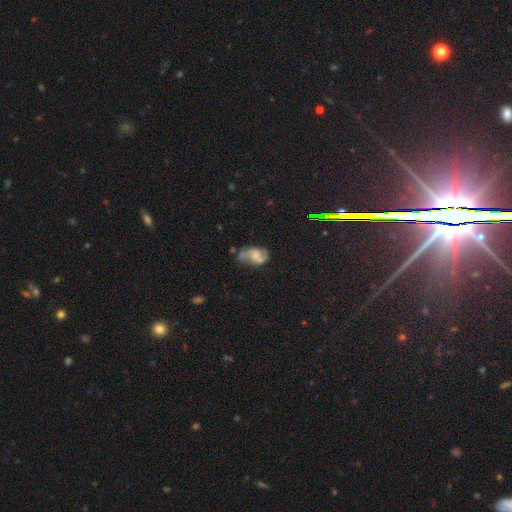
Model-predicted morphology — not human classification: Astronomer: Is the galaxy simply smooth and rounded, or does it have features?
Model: featured or disk — 61%.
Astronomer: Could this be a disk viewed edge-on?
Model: no — 97%.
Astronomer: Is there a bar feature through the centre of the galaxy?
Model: no — 57% (runner-up: weak, 36%).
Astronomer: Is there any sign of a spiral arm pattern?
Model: yes — 84%.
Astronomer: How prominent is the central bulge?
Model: small — 40% (runner-up: moderate, 29%).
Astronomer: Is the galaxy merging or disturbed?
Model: none — 47% (runner-up: minor disturbance, 29%).